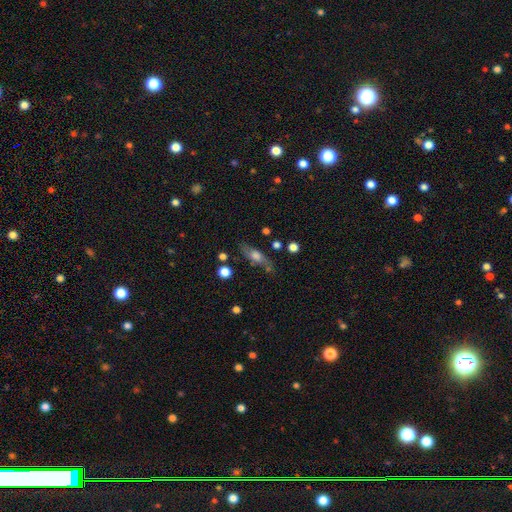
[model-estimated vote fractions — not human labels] Morphology: type=smooth (55%); roundness=in between (50%); merging=none (70%).